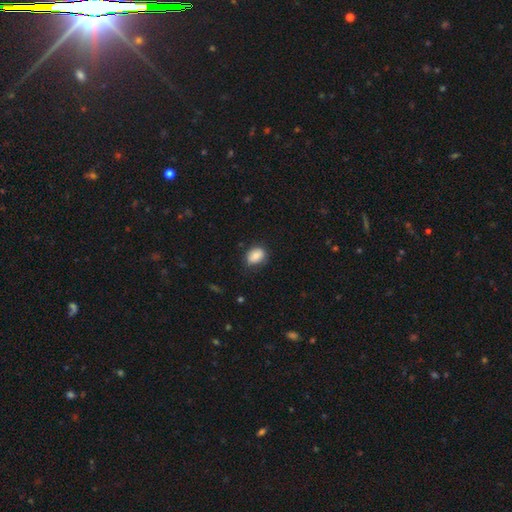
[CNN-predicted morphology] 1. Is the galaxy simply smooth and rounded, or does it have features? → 83% smooth, 9% featured or disk, 8% star or artifact.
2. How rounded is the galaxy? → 69% in between, 30% round, 1% cigar-shaped.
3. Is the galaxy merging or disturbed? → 75% none, 19% minor disturbance, 4% major disturbance, 1% merger.